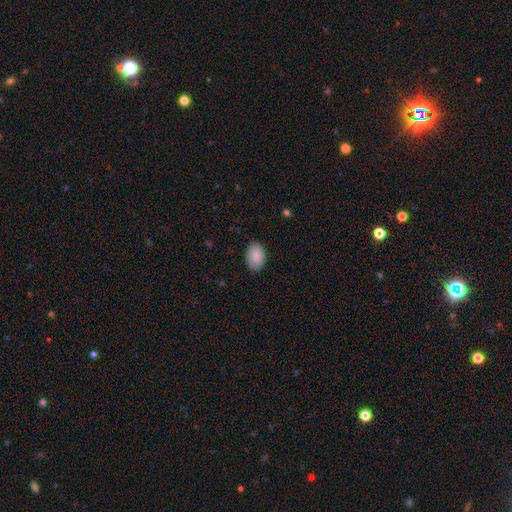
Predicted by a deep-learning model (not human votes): Smooth or featured: smooth — 89% (star or artifact — 7%)
How rounded: in between — 85% (round — 14%)
Merging: none — 85% (minor disturbance — 12%)